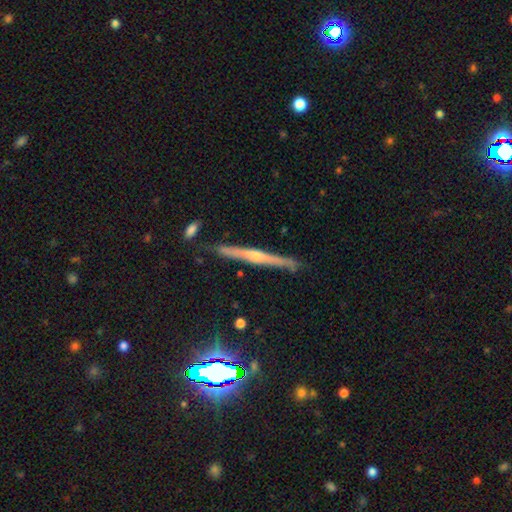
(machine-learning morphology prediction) A featured or disk galaxy (69%) viewed edge-on (97%) with a rounded central bulge (70%). Merging: none (87%).